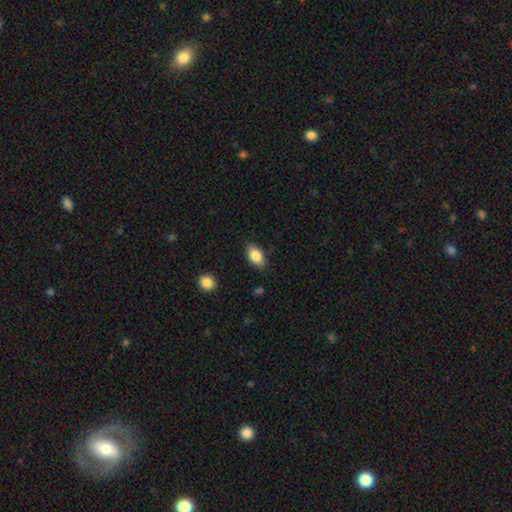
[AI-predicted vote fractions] A smooth galaxy with no disk features (84%) that is in between round and cigar-shaped (90%).

Vote fractions:
- Smooth or featured? smooth: 84% / featured or disk: 9% / star or artifact: 8%
- How rounded? in between: 90% / round: 7% / cigar-shaped: 3%
- Merging? none: 84% / minor disturbance: 12% / major disturbance: 3% / merger: 1%